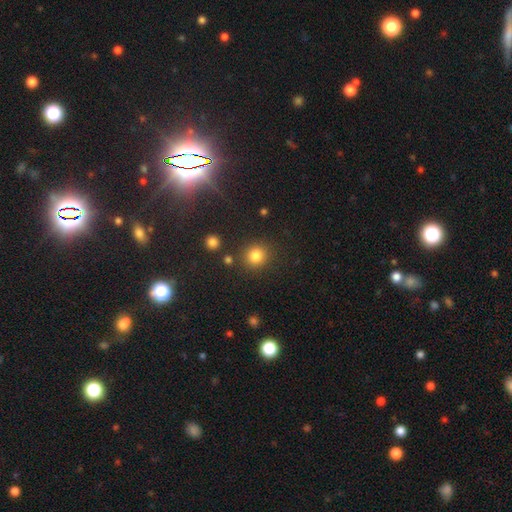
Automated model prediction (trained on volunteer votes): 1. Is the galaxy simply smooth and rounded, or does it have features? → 82% smooth, 13% star or artifact, 5% featured or disk.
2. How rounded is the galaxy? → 89% round, 10% in between, 1% cigar-shaped.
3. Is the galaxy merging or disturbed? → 85% none, 7% minor disturbance, 4% merger, 4% major disturbance.